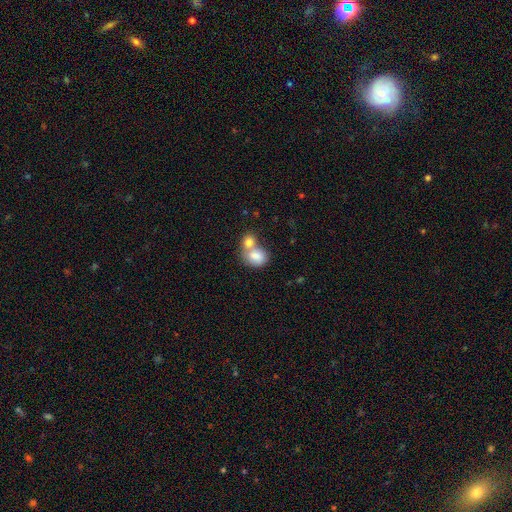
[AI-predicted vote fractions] The model was most divided on "how rounded": in between: 52%, round: 47%, cigar-shaped: 1%. More confident: smooth or featured — smooth (81%); merging — merger (63%).